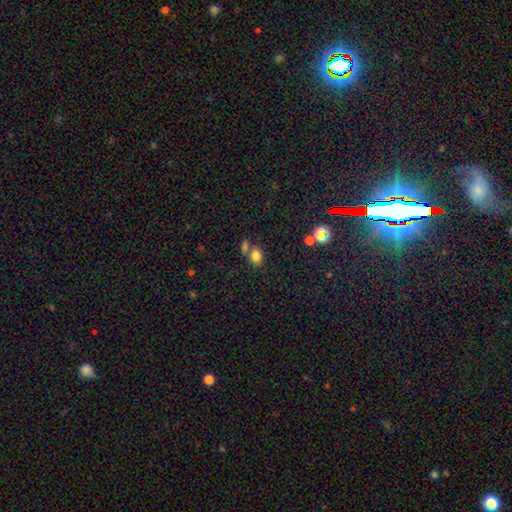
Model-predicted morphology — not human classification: This appears to be a smooth galaxy with no disk features (79%) that is in between round and cigar-shaped (77%). Merging: none (51%).